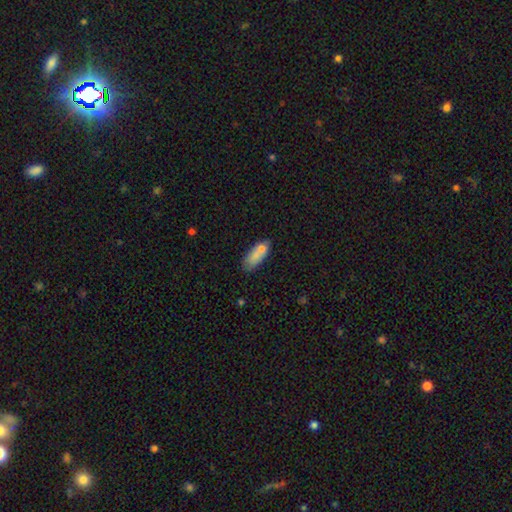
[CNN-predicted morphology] Overall: smooth (75%). How rounded: in between (76%). Merging: none (45%; minor disturbance 25%).